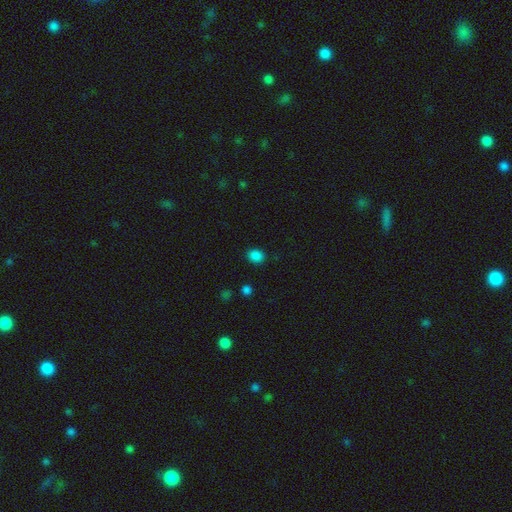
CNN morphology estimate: The model was most divided on "how rounded": round: 53%, in between: 46%, cigar-shaped: 1%. More confident: merging — none (87%); smooth or featured — smooth (84%).